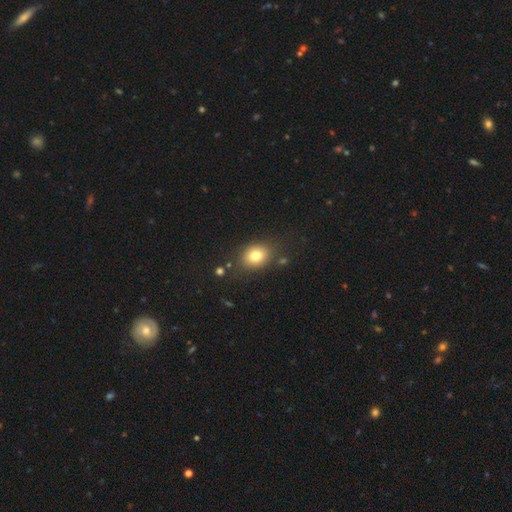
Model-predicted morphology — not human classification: The model was most divided on "how rounded": in between: 55%, round: 44%, cigar-shaped: 1%. More confident: merging — none (79%); smooth or featured — smooth (79%).